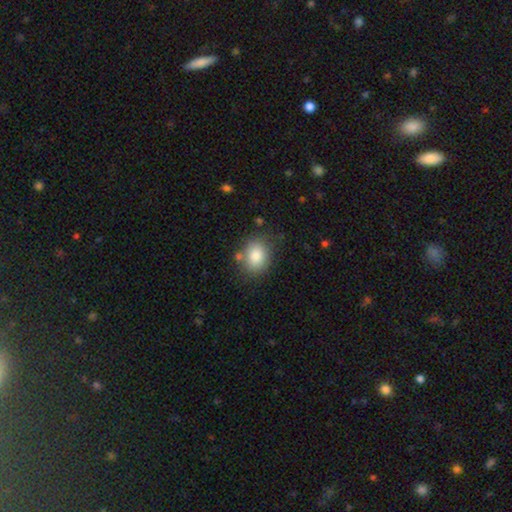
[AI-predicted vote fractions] Q: Smooth or featured?
A: smooth (84%); runner-up: star or artifact (8%)
Q: How rounded?
A: in between (55%); runner-up: round (44%)
Q: Merging?
A: none (73%); runner-up: minor disturbance (16%)